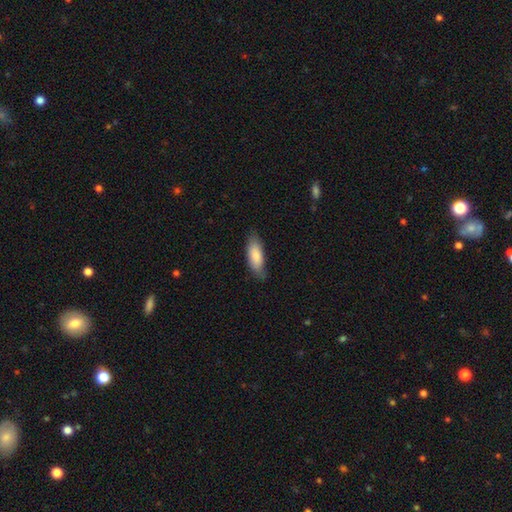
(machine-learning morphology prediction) Smooth or featured: smooth — 82% (featured or disk — 12%)
How rounded: in between — 70% (cigar-shaped — 28%)
Merging: none — 75% (minor disturbance — 21%)